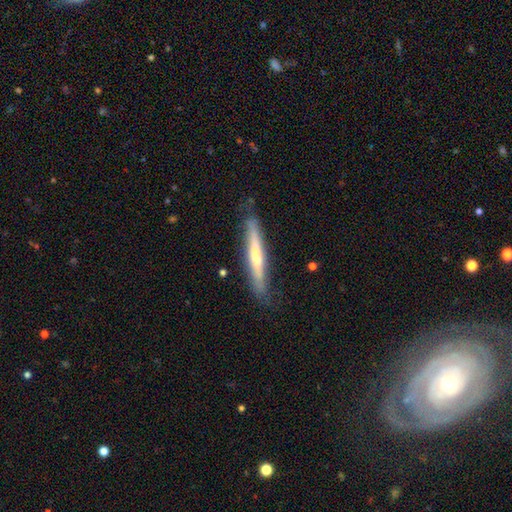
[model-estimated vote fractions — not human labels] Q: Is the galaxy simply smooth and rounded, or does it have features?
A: featured or disk — 47%, tied with smooth.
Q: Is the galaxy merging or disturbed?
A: none — 79%.